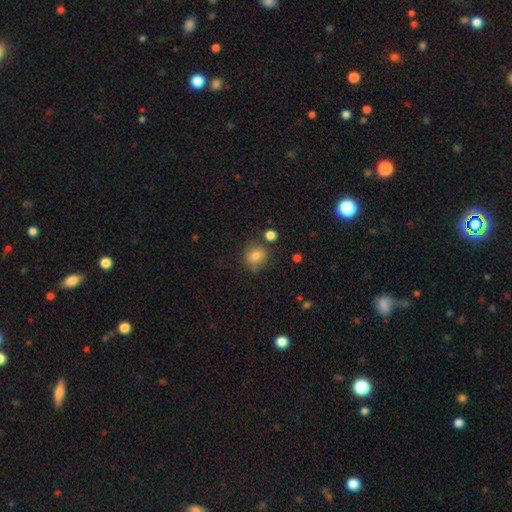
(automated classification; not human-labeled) Smooth or featured? smooth (80%)
How rounded? round (73%)
Merging? none (70%)